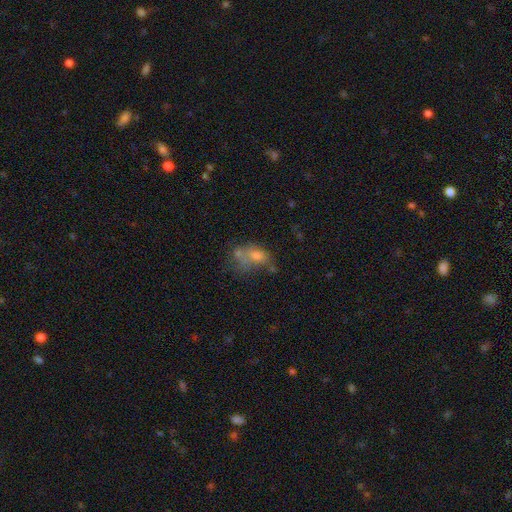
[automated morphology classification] Smooth or featured: smooth — 61% (featured or disk — 24%)
How rounded: in between — 73% (round — 24%)
Merging: merger — 41% (none — 26%)